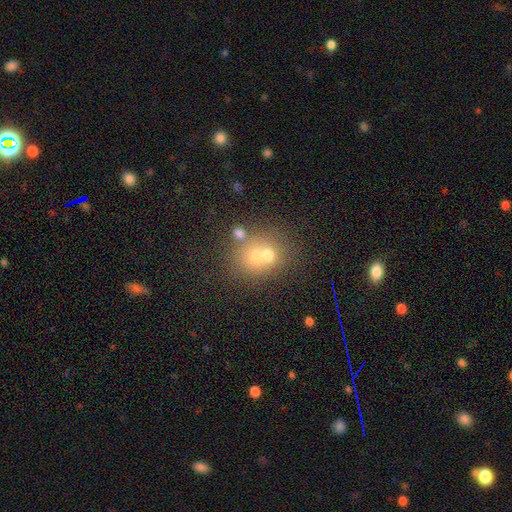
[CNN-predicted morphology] A smooth galaxy with no disk features (63%) that is round (78%). Merging: merger (51%).